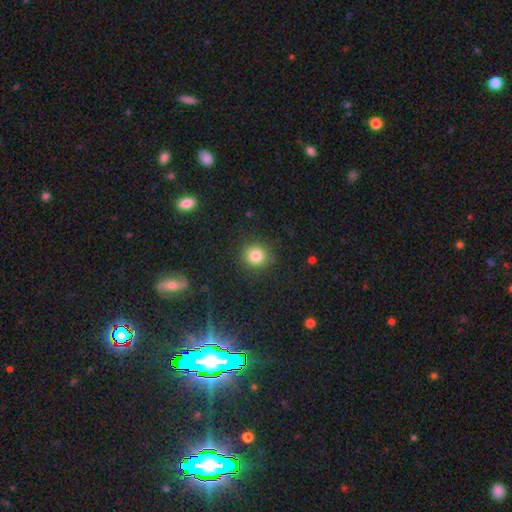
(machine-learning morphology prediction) Smooth or featured: smooth — 82% (star or artifact — 12%)
How rounded: round — 89% (in between — 10%)
Merging: none — 87% (minor disturbance — 8%)